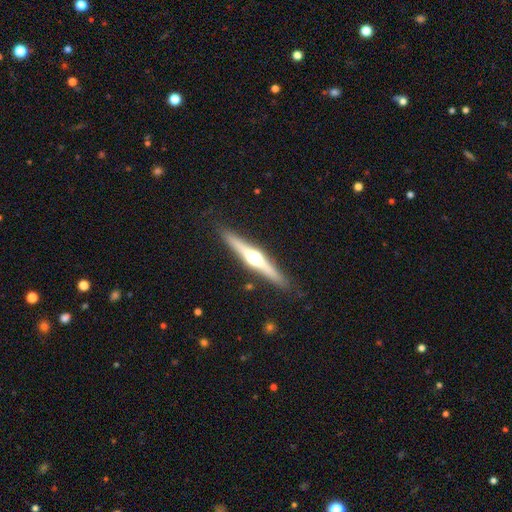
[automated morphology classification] Smooth or featured: featured or disk — 75% (smooth — 20%)
Edge-on disk: yes — 98% (no — 2%)
Edge-on bulge: rounded — 94% (boxy — 3%)
Merging: none — 89% (minor disturbance — 8%)